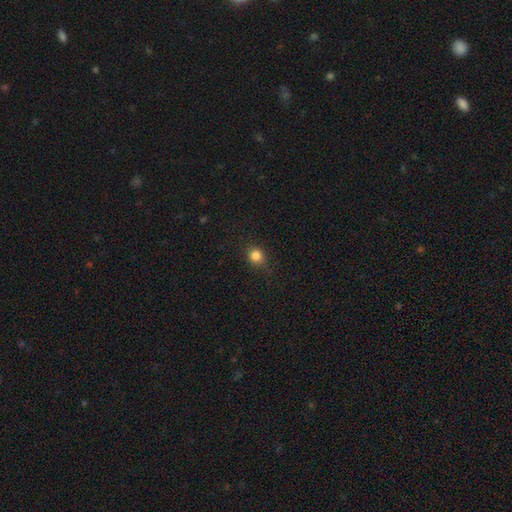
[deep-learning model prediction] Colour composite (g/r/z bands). It shows a smooth galaxy with no disk features (83%) that is round (78%). Merging: none (82%).